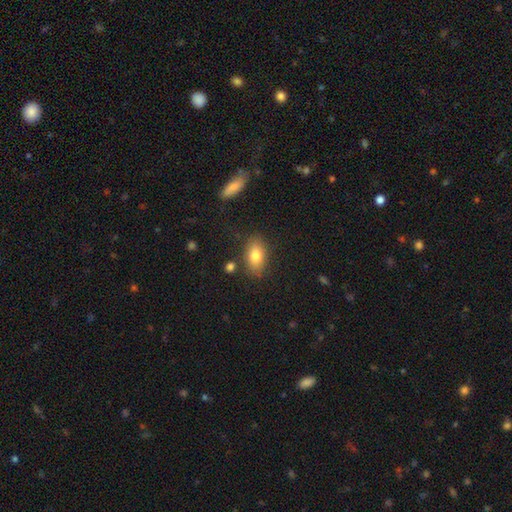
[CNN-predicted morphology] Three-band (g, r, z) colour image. It shows a smooth galaxy with no disk features (80%) that is in between round and cigar-shaped (88%). Merging: none (81%).